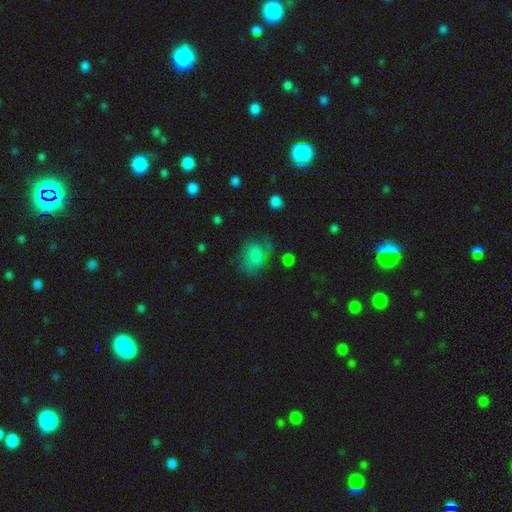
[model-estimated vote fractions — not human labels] Smooth or featured? Predicted: smooth (p=0.73). How rounded? Predicted: in between (p=0.58). Merging? Predicted: none (p=0.45).